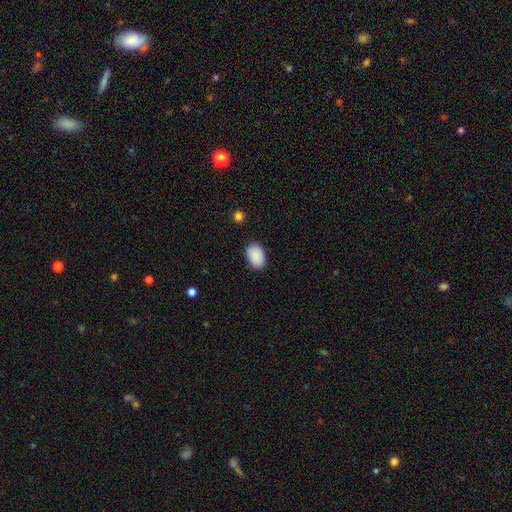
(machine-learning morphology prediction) This appears to be a smooth galaxy with no disk features (90%) that is in between round and cigar-shaped (89%). Merging: none (85%).